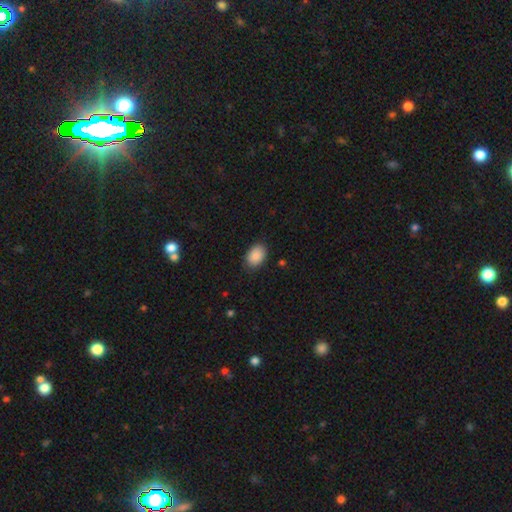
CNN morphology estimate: Smooth or featured?
  - smooth: 89% *
  - star or artifact: 7%
  - featured or disk: 3%
How rounded?
  - in between: 81% *
  - round: 18%
  - cigar-shaped: 1%
Merging?
  - none: 84% *
  - minor disturbance: 12%
  - major disturbance: 3%
  - merger: 1%